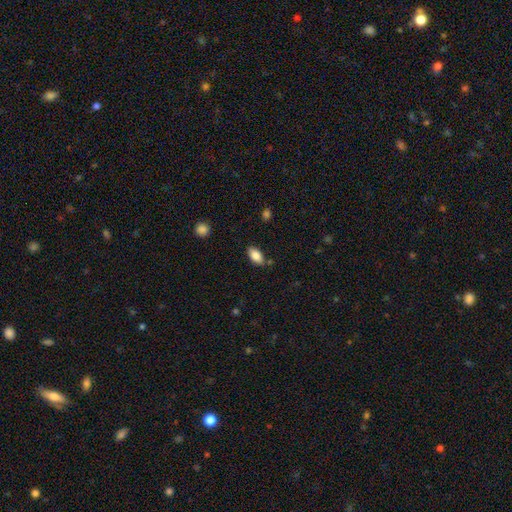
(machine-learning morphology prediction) Smooth or featured: smooth — 85% (star or artifact — 8%)
How rounded: in between — 92% (cigar-shaped — 5%)
Merging: none — 81% (minor disturbance — 13%)